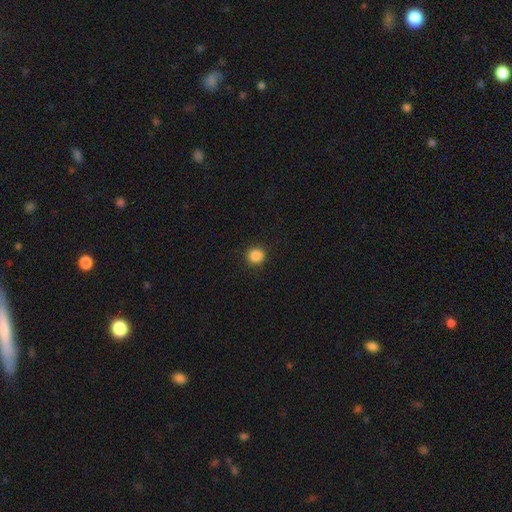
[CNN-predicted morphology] Smooth or featured? Predicted: smooth (p=0.87). How rounded? Predicted: round (p=0.89). Merging? Predicted: none (p=0.90).